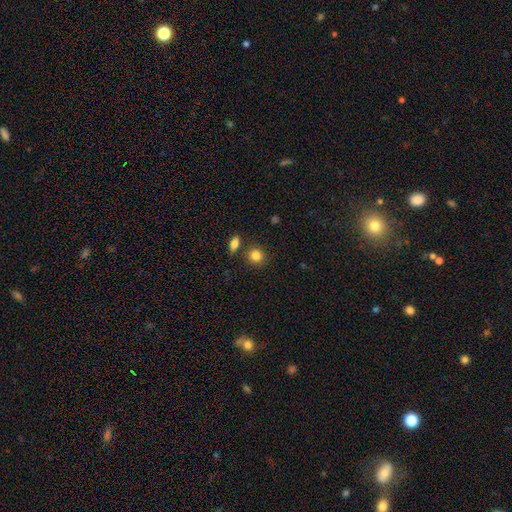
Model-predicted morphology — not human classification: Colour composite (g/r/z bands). It shows a smooth galaxy with no disk features (84%) that is round (83%). Merging: none (79%).